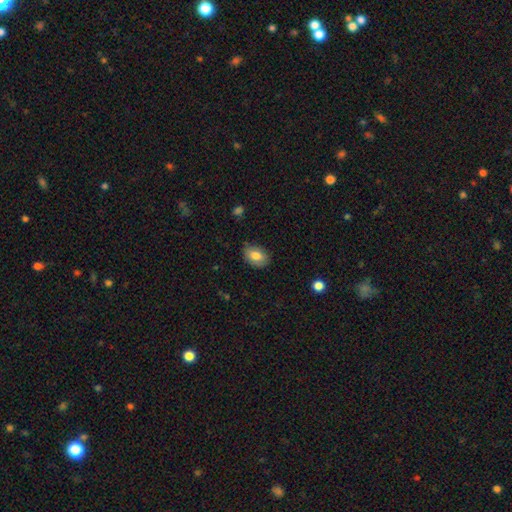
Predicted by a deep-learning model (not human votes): A smooth galaxy with no disk features (80%) that is in between round and cigar-shaped (83%).

Vote fractions:
- Smooth or featured? smooth: 80% / featured or disk: 12% / star or artifact: 7%
- How rounded? in between: 83% / round: 16% / cigar-shaped: 1%
- Merging? none: 80% / minor disturbance: 16% / major disturbance: 3% / merger: 1%